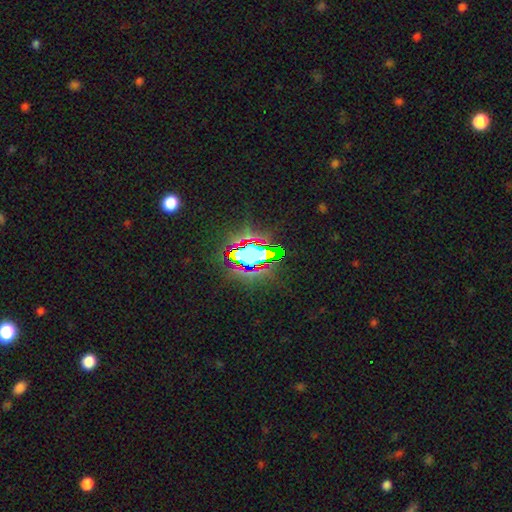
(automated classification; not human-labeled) Q: Smooth or featured?
A: star or artifact (67%); runner-up: smooth (20%)